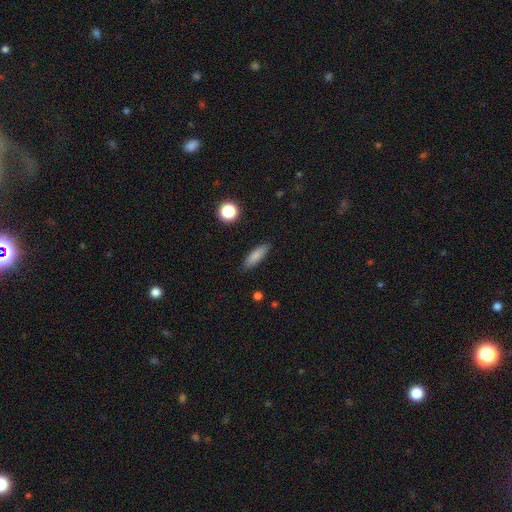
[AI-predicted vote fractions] Smooth or featured: smooth — 82% (featured or disk — 9%)
How rounded: cigar-shaped — 60% (in between — 38%)
Merging: none — 86% (minor disturbance — 10%)